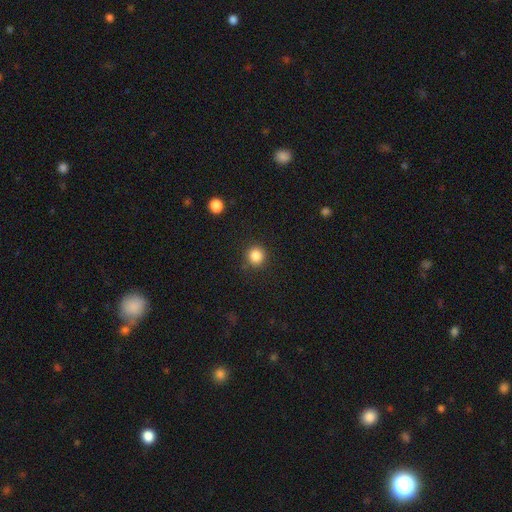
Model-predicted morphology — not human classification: smooth-or-featured: smooth: 85% | star or artifact: 11% | featured or disk: 4%
  how-rounded: round: 94% | in between: 5% | cigar-shaped: 1%
  merging: none: 89% | minor disturbance: 7% | major disturbance: 2% | merger: 1%